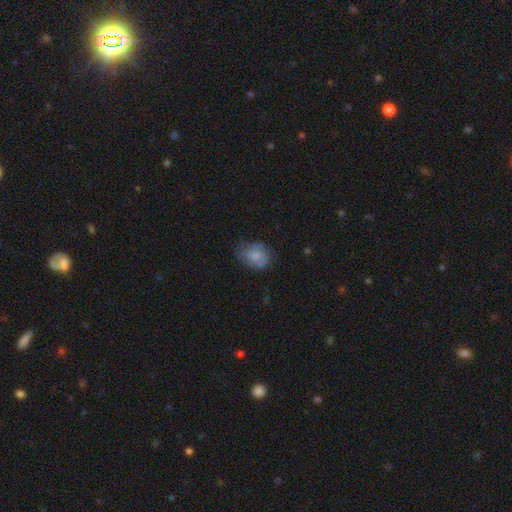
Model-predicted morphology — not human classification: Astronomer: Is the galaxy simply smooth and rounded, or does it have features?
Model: smooth — 71%.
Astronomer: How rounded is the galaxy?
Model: in between — 62% (runner-up: round, 37%).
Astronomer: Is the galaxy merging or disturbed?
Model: none — 57%.